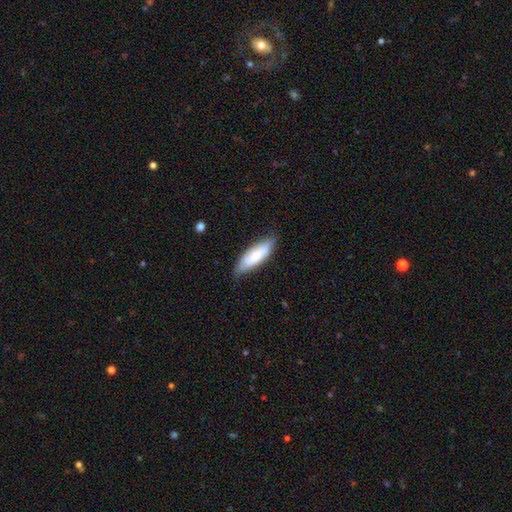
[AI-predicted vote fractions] This is likely a smooth galaxy (74%). How rounded: possibly in between (53%). Merging: likely none (72%).